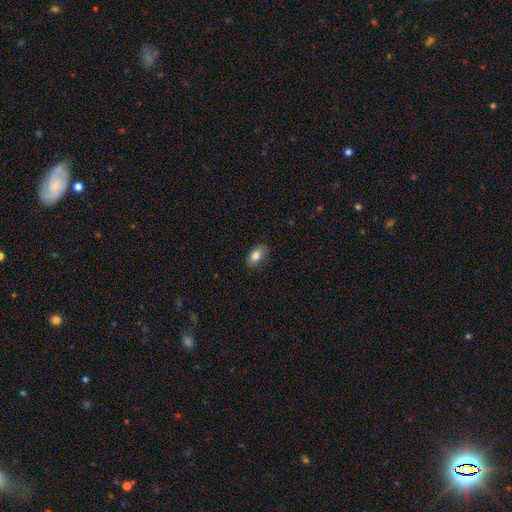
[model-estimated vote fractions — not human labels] This is clearly a smooth galaxy (82%). How rounded: clearly in between (90%). Merging: clearly none (86%).